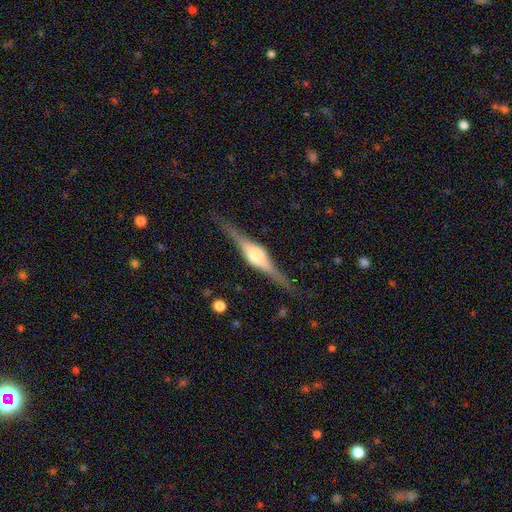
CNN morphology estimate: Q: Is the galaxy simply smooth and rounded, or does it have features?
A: featured or disk — 83%.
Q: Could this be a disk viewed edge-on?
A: yes — 98%.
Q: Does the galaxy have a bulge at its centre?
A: rounded — 83%.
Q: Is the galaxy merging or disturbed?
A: none — 85%.